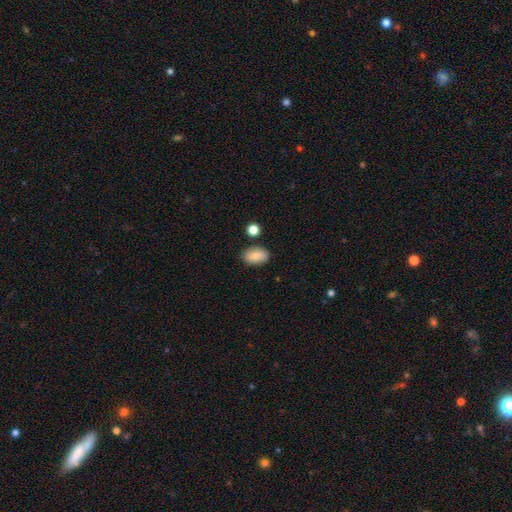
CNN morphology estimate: smooth-or-featured: smooth: 81% | featured or disk: 11% | star or artifact: 8%
  how-rounded: in between: 88% | round: 11% | cigar-shaped: 2%
  merging: none: 82% | minor disturbance: 11% | merger: 4% | major disturbance: 2%